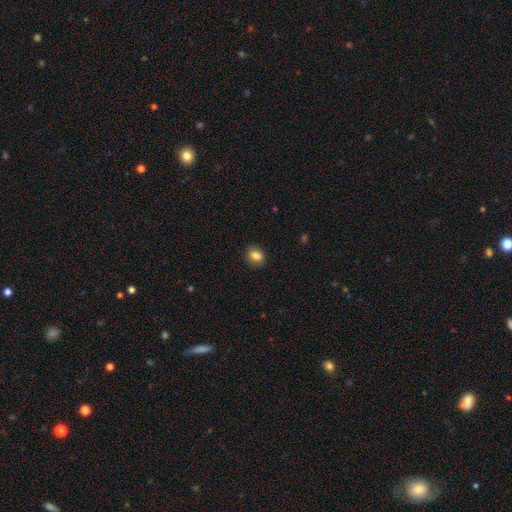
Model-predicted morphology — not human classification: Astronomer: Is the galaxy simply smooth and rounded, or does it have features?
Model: smooth — 84%.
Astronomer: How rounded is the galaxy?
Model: in between — 57% (runner-up: round, 42%).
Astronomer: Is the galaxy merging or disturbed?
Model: none — 86%.